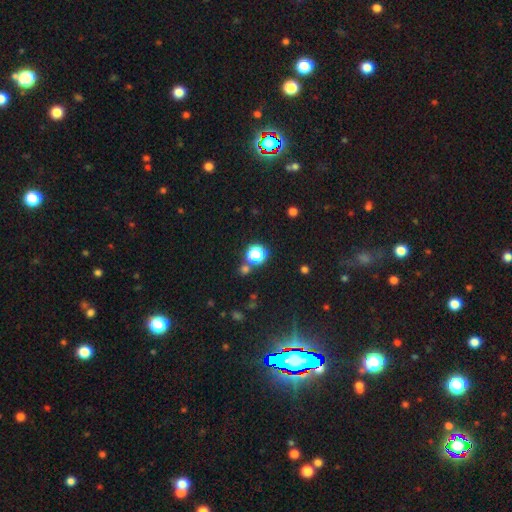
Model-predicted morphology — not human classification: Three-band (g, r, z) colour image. It shows a star or artifact, not a galaxy (76%).